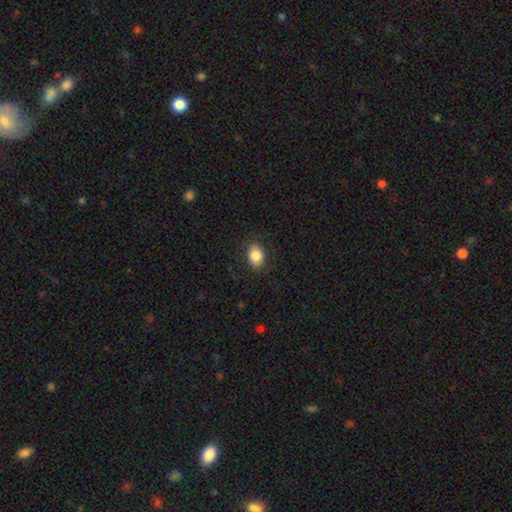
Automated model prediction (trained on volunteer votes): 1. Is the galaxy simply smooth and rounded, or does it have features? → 86% smooth, 8% star or artifact, 6% featured or disk.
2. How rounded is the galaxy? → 78% in between, 21% round, 1% cigar-shaped.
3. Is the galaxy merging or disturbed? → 85% none, 11% minor disturbance, 3% major disturbance, 1% merger.